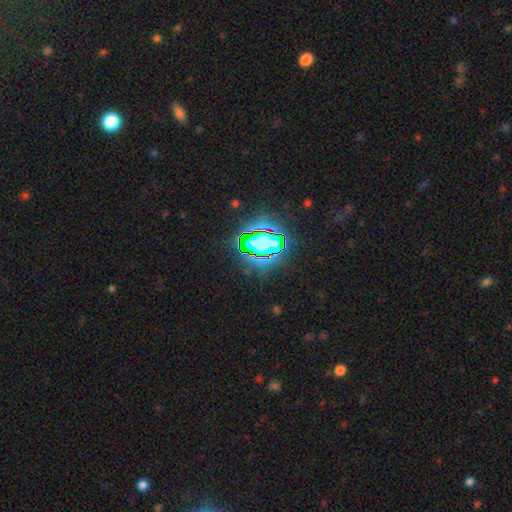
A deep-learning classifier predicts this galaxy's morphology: Smooth or featured? Predicted: star or artifact (p=0.82).